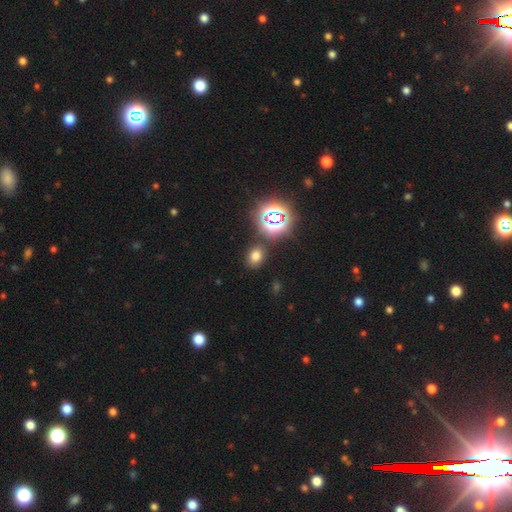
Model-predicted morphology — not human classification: The model was most divided on "how rounded": in between: 54%, round: 45%, cigar-shaped: 1%. More confident: merging — none (83%); smooth or featured — smooth (66%).